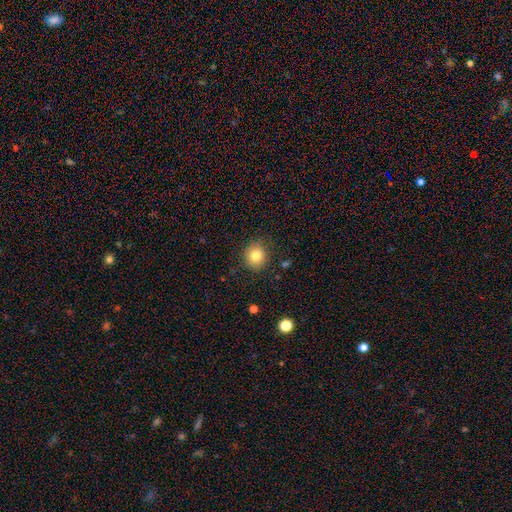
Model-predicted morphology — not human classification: smooth-or-featured: smooth: 82% | star or artifact: 11% | featured or disk: 7%
  how-rounded: round: 87% | in between: 12% | cigar-shaped: 1%
  merging: none: 86% | minor disturbance: 10% | major disturbance: 3% | merger: 1%